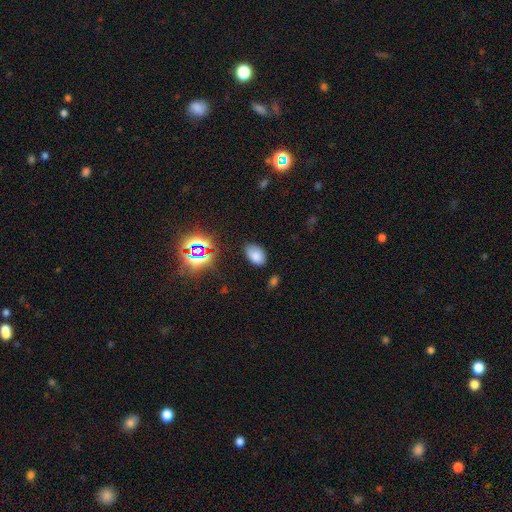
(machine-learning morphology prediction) smooth-or-featured: smooth: 75% | star or artifact: 18% | featured or disk: 7%
  how-rounded: in between: 89% | round: 10% | cigar-shaped: 1%
  merging: none: 77% | minor disturbance: 17% | major disturbance: 4% | merger: 2%